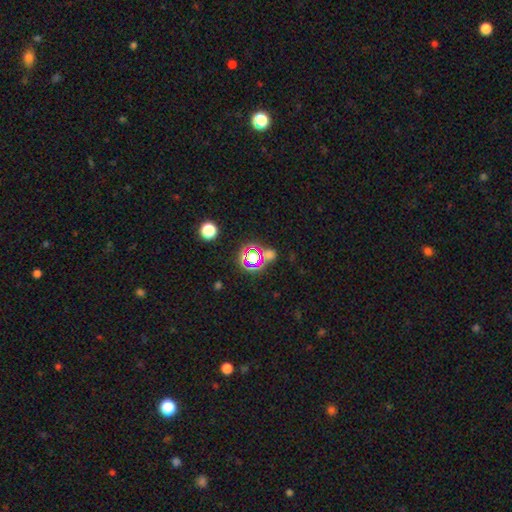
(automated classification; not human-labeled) smooth-or-featured: star or artifact: 60% | smooth: 30% | featured or disk: 11%